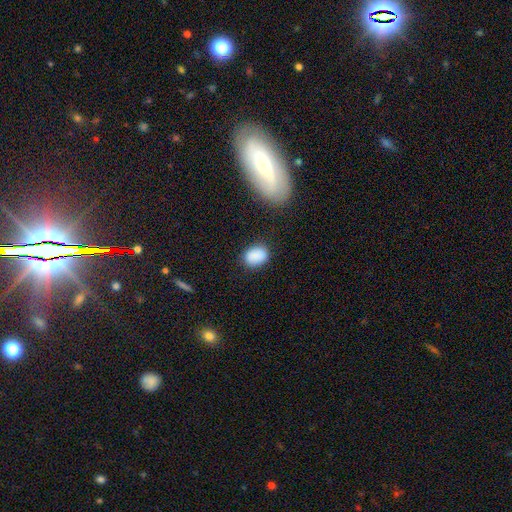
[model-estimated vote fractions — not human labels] Smooth or featured? Predicted: smooth (p=0.88). How rounded? Predicted: in between (p=0.67). Merging? Predicted: none (p=0.81).